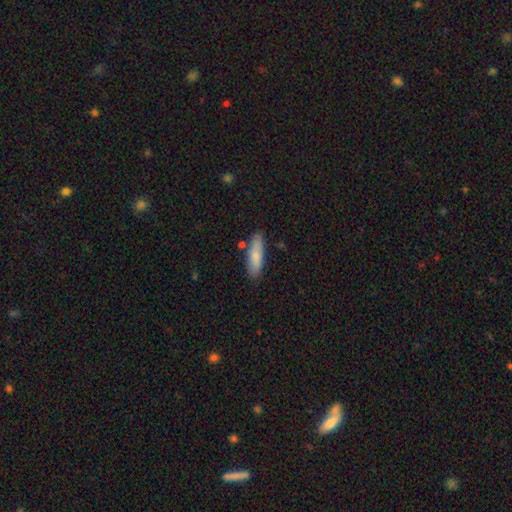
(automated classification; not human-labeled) Smooth or featured? smooth (80%)
How rounded? cigar-shaped (57%)
Merging? none (81%)